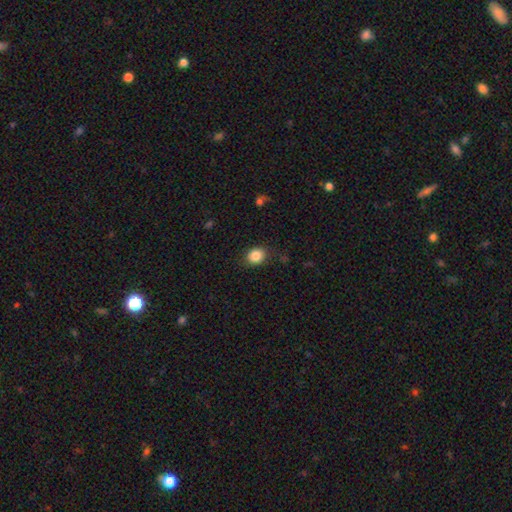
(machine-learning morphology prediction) Q: Smooth or featured?
A: smooth (85%); runner-up: star or artifact (10%)
Q: How rounded?
A: round (65%); runner-up: in between (34%)
Q: Merging?
A: none (84%); runner-up: minor disturbance (11%)